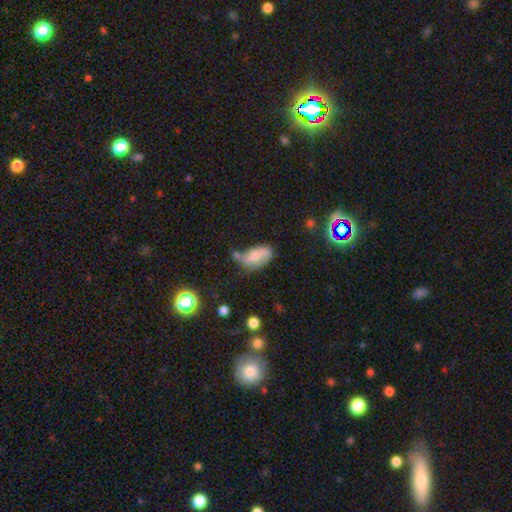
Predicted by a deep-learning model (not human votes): smooth_or_featured: smooth (p=0.53) [alt: featured or disk p=0.36]
how_rounded: in between (p=0.90) [alt: cigar-shaped p=0.05]
merging: none (p=0.39) [alt: minor disturbance p=0.32]